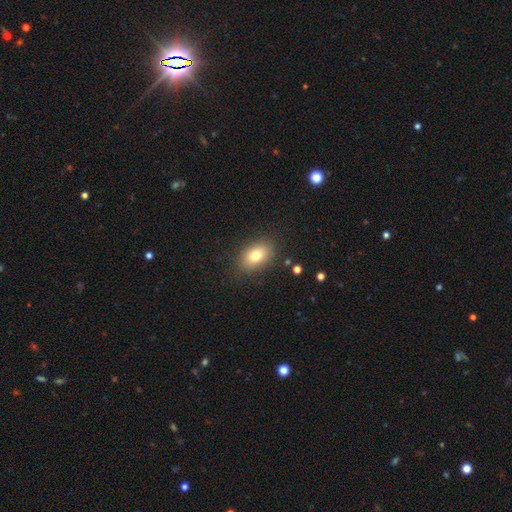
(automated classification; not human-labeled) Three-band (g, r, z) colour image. It shows a smooth galaxy with no disk features (78%) that is in between round and cigar-shaped (85%). Merging: none (86%).